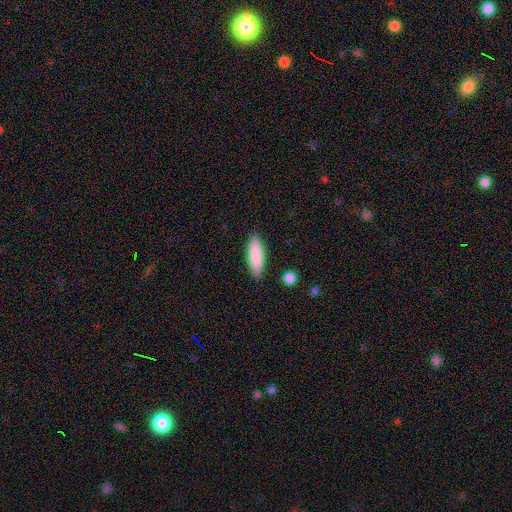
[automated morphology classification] smooth_or_featured: smooth (p=0.88) [alt: featured or disk p=0.06]
how_rounded: in between (p=0.58) [alt: cigar-shaped p=0.40]
merging: none (p=0.87) [alt: minor disturbance p=0.09]